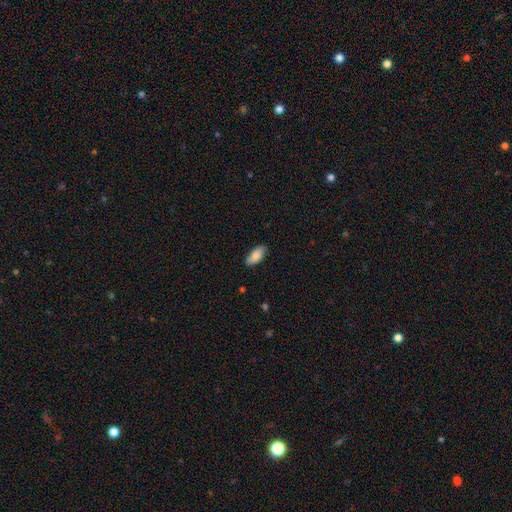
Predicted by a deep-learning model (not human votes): Smooth or featured: smooth — 85% (featured or disk — 9%)
How rounded: in between — 87% (cigar-shaped — 11%)
Merging: none — 86% (minor disturbance — 11%)